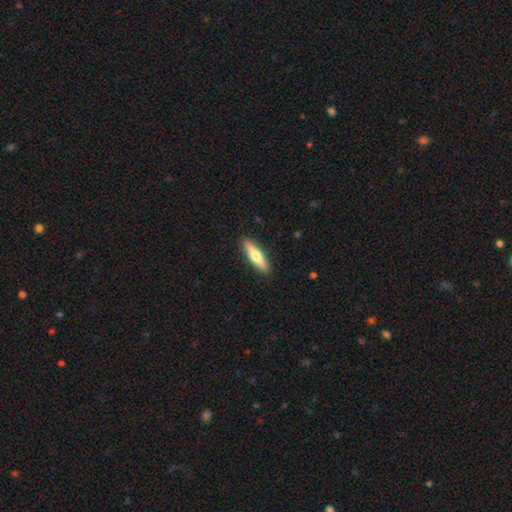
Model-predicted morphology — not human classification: Smooth or featured?
  - smooth: 56% *
  - featured or disk: 39%
  - star or artifact: 5%
How rounded?
  - cigar-shaped: 74% *
  - in between: 24%
  - round: 2%
Merging?
  - none: 91% *
  - minor disturbance: 7%
  - major disturbance: 2%
  - merger: 1%